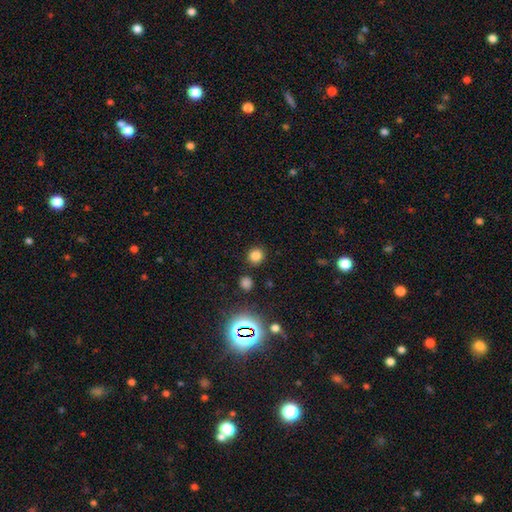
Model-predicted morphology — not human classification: The model was most divided on "smooth or featured": smooth: 79%, star or artifact: 16%, featured or disk: 5%. More confident: how rounded — round (89%); merging — none (87%).